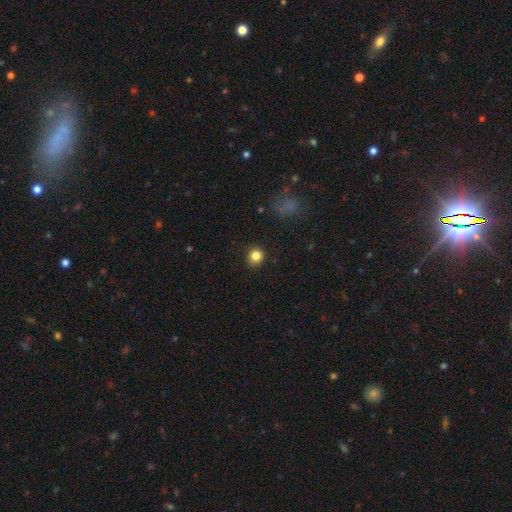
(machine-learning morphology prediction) Smooth or featured: smooth — 83% (star or artifact — 12%)
How rounded: round — 88% (in between — 11%)
Merging: none — 89% (minor disturbance — 8%)